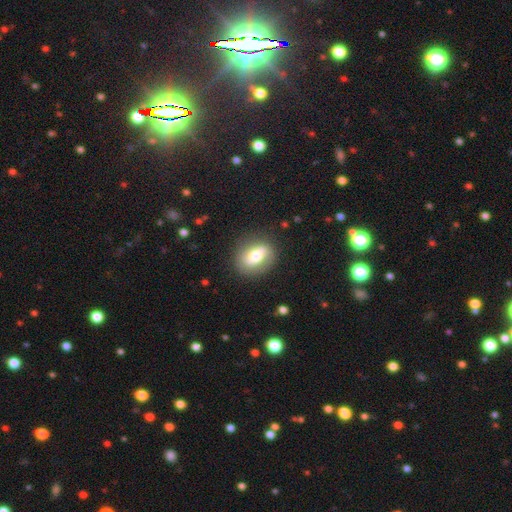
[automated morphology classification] Smooth or featured? smooth (55%)
How rounded? in between (62%)
Merging? none (80%)